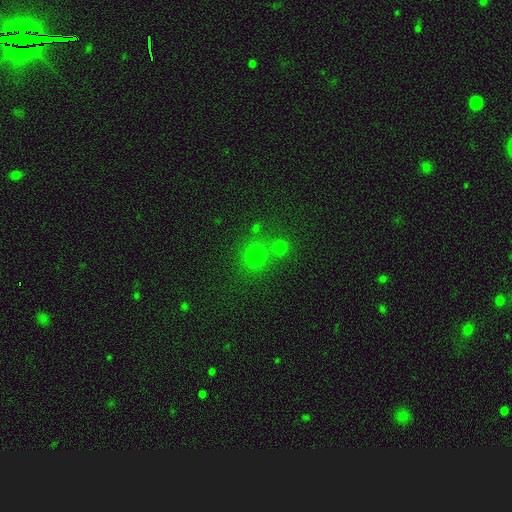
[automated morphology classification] smooth 73%, star or artifact 21%, featured or disk 6%. Down the decision tree: how rounded — round (89%); merging — none (66%).